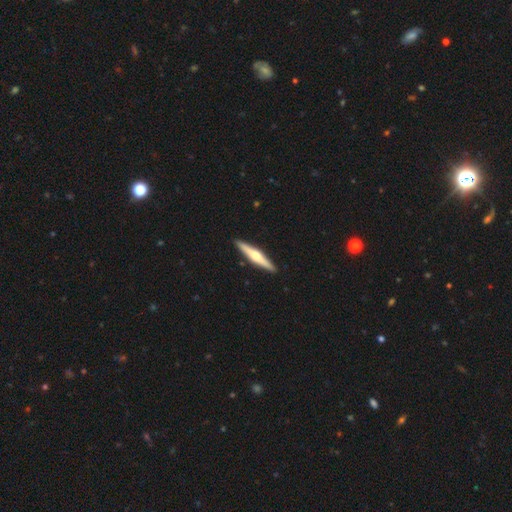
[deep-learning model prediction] The model was most divided on "smooth or featured": featured or disk: 66%, smooth: 29%, star or artifact: 5%. More confident: edge-on disk — yes (98%); merging — none (92%); edge-on bulge — rounded (91%).